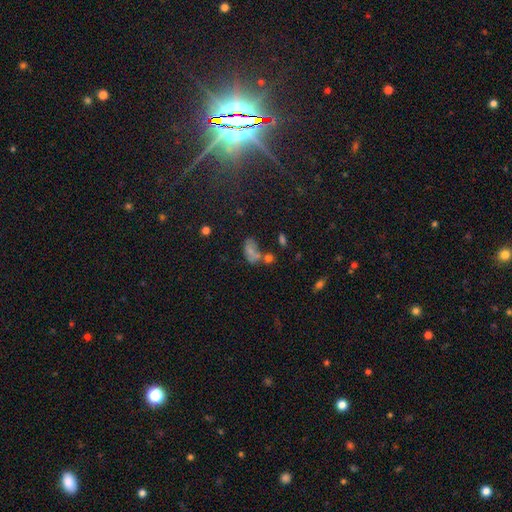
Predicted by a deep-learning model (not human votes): Smooth or featured: star or artifact — 52% (smooth — 27%)